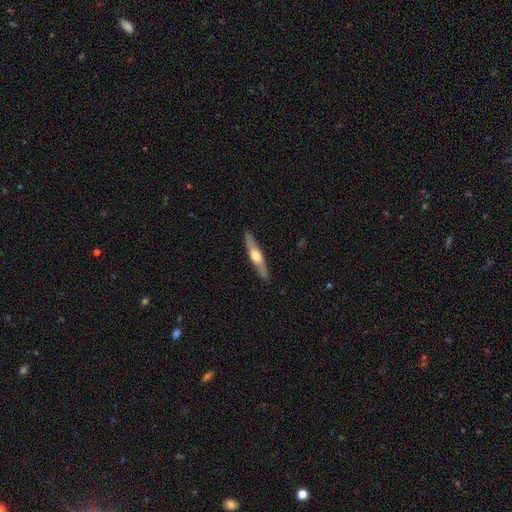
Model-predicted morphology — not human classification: Smooth or featured?
  - featured or disk: 59% *
  - smooth: 36%
  - star or artifact: 5%
Edge-on disk?
  - yes: 92% *
  - no: 8%
Edge-on bulge?
  - rounded: 93% *
  - none: 4%
  - boxy: 3%
Merging?
  - none: 90% *
  - minor disturbance: 8%
  - major disturbance: 1%
  - merger: 1%